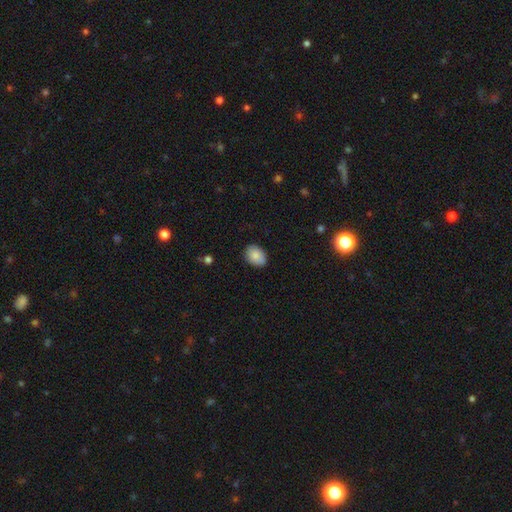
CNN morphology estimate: type=smooth (86%); roundness=in between (75%); merging=none (84%).